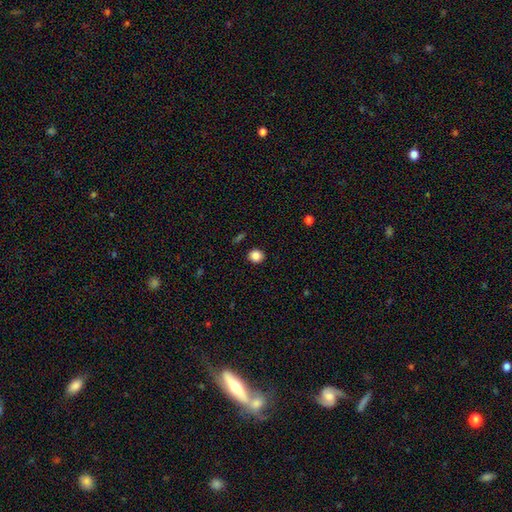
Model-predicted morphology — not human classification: smooth 86%, star or artifact 10%, featured or disk 4%. Down the decision tree: how rounded — round (78%); merging — none (90%).